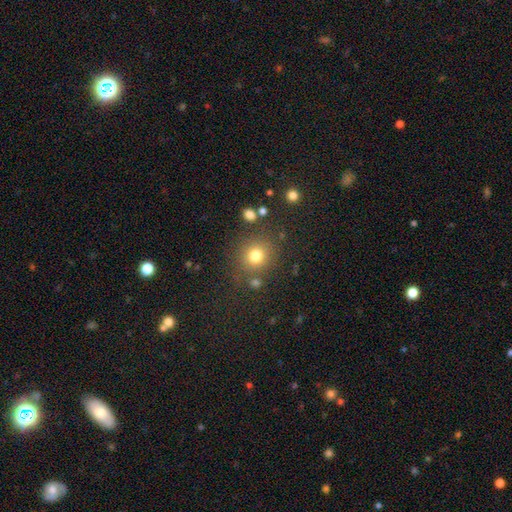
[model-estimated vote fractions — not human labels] Smooth or featured? Predicted: smooth (p=0.79). How rounded? Predicted: round (p=0.88). Merging? Predicted: none (p=0.80).